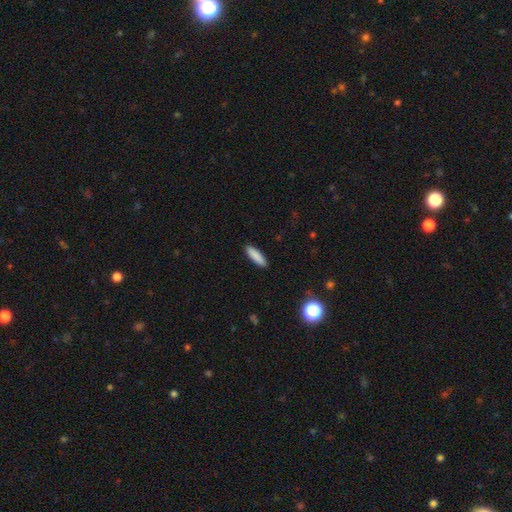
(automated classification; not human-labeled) A smooth galaxy with no disk features (87%) that is cigar-shaped (69%).

Vote fractions:
- Smooth or featured? smooth: 87% / star or artifact: 7% / featured or disk: 6%
- How rounded? cigar-shaped: 69% / in between: 29% / round: 2%
- Merging? none: 90% / minor disturbance: 7% / major disturbance: 2% / merger: 1%